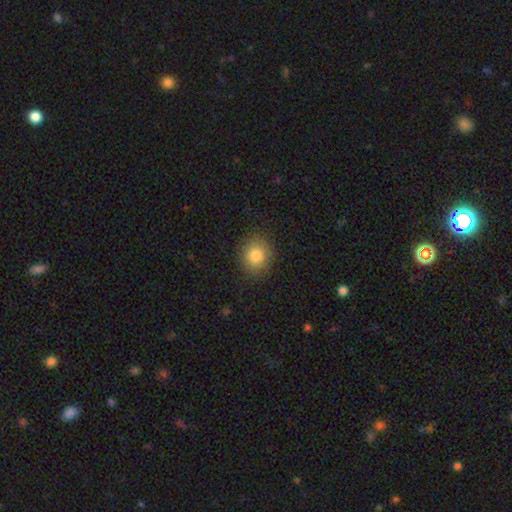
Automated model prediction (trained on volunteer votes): This is clearly a smooth galaxy (83%). How rounded: likely round (77%). Merging: clearly none (86%).